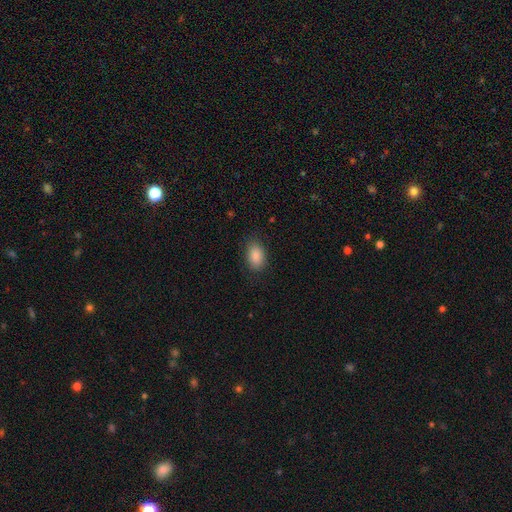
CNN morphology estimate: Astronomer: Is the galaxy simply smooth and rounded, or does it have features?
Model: smooth — 88%.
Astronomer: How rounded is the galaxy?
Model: in between — 88%.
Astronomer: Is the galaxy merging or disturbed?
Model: none — 82%.